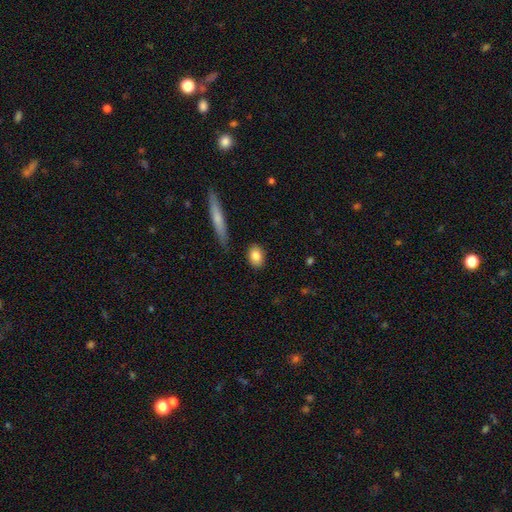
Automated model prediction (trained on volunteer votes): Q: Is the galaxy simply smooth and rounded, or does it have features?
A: smooth — 82%.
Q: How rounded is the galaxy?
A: in between — 76%.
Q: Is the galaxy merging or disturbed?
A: none — 85%.